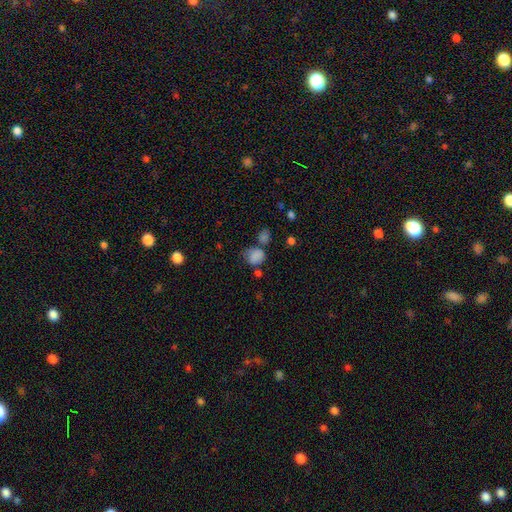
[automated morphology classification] type=smooth (77%); roundness=round (55%); merging=none (42%).